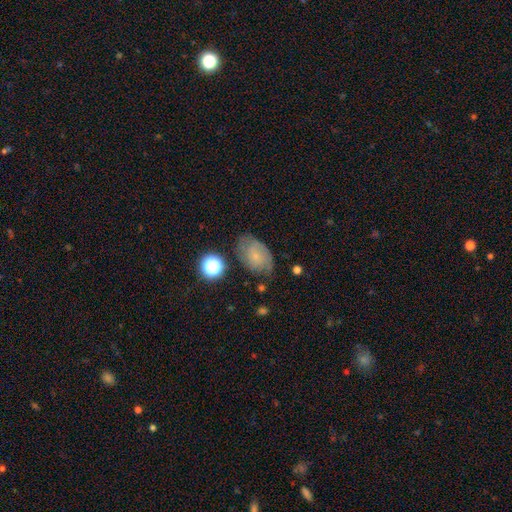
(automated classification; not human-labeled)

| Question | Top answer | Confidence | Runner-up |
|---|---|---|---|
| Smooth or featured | smooth | 45% | featured or disk (43%) |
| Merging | none | 62% | minor disturbance (26%) |